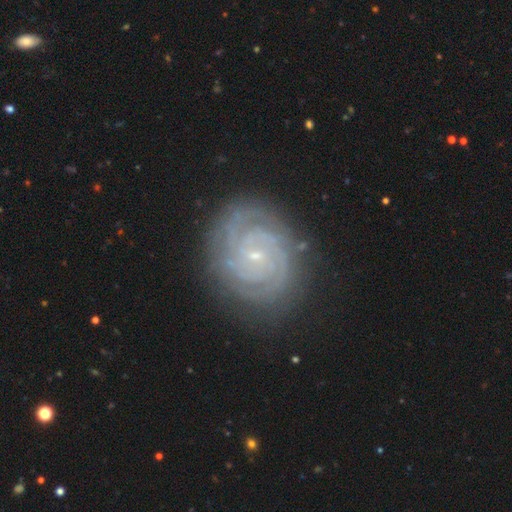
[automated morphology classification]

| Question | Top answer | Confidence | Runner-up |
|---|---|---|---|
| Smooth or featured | featured or disk | 89% | star or artifact (6%) |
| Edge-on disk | no | 98% | yes (2%) |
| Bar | no | 68% | weak (23%) |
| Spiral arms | yes | 98% | no (2%) |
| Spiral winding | tight | 83% | medium (15%) |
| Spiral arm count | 2 | 34% | 3 (22%) |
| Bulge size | small | 86% | moderate (10%) |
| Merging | none | 83% | minor disturbance (12%) |